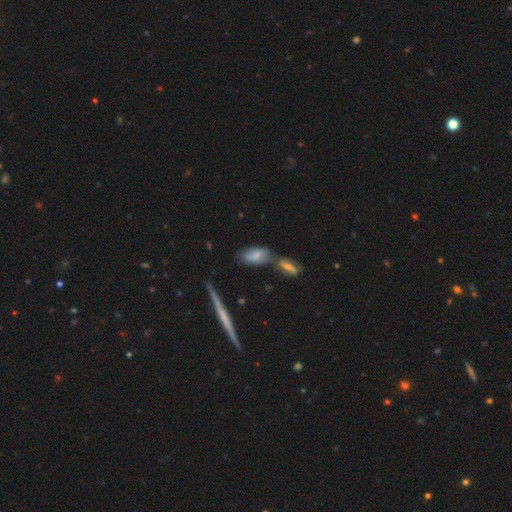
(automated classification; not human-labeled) smooth 66%, featured or disk 26%, star or artifact 8%. Down the decision tree: how rounded — in between (82%); merging — none (40%).